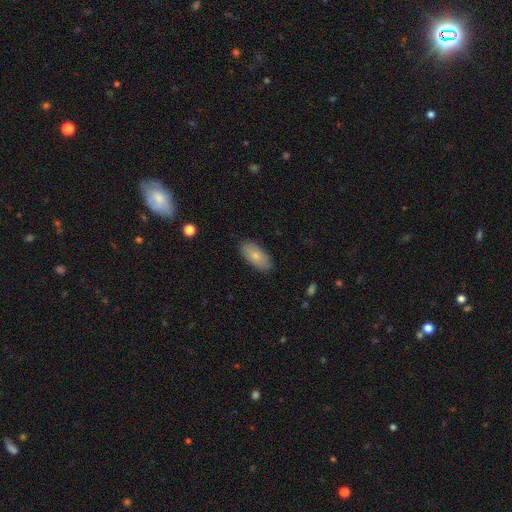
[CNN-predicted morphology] A smooth galaxy with no disk features (81%) that is in between round and cigar-shaped (92%). Merging: none (86%).